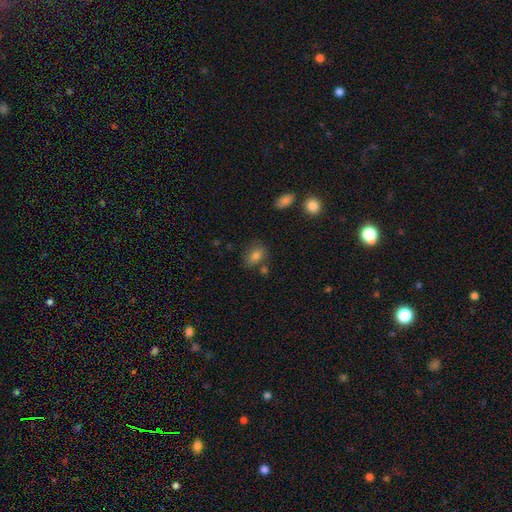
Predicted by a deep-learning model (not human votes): smooth-or-featured: smooth: 78% | featured or disk: 11% | star or artifact: 10%
  how-rounded: in between: 70% | round: 28% | cigar-shaped: 2%
  merging: none: 69% | minor disturbance: 17% | merger: 10% | major disturbance: 5%